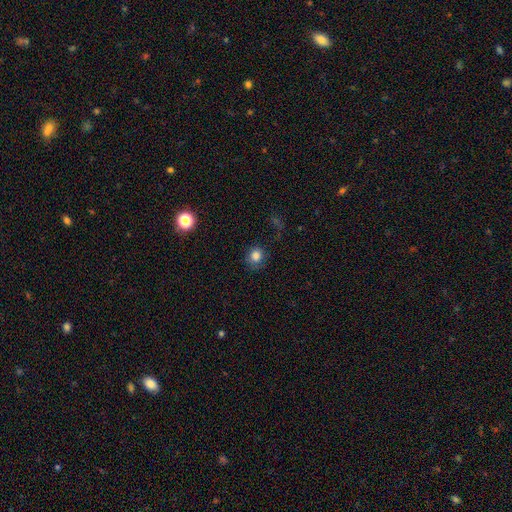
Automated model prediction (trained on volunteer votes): Overall: smooth (83%). How rounded: round (80%). Merging: none (72%).